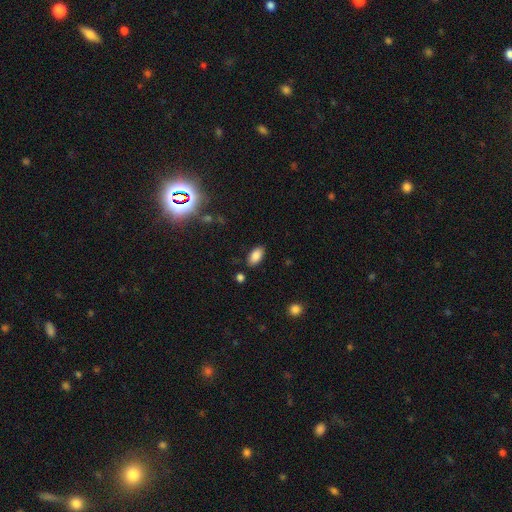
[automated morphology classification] This is clearly a smooth galaxy (86%). How rounded: clearly in between (93%). Merging: clearly none (84%).